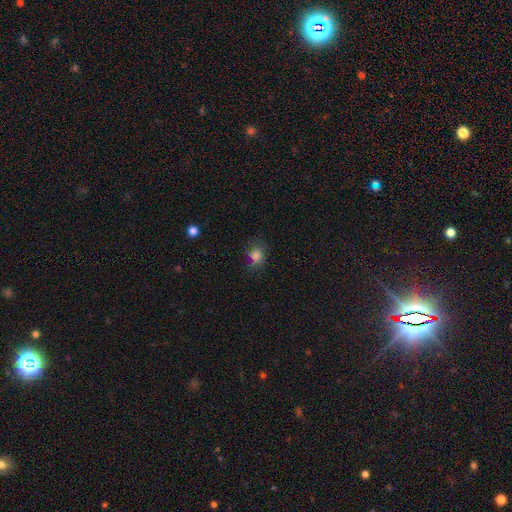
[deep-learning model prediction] This is likely a smooth galaxy (79%). How rounded: likely round (67%). Merging: likely none (64%).